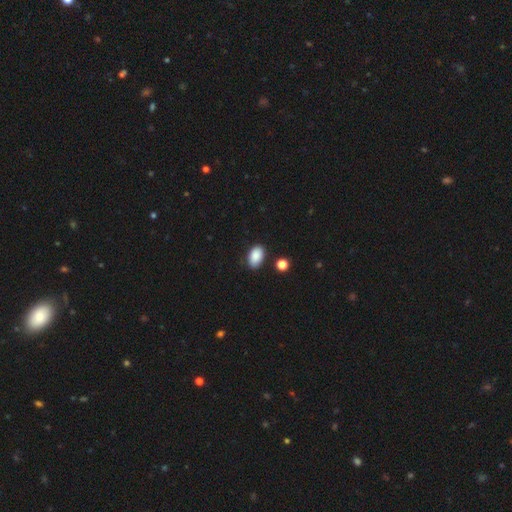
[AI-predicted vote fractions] Overall: smooth (88%). How rounded: in between (91%). Merging: none (82%).